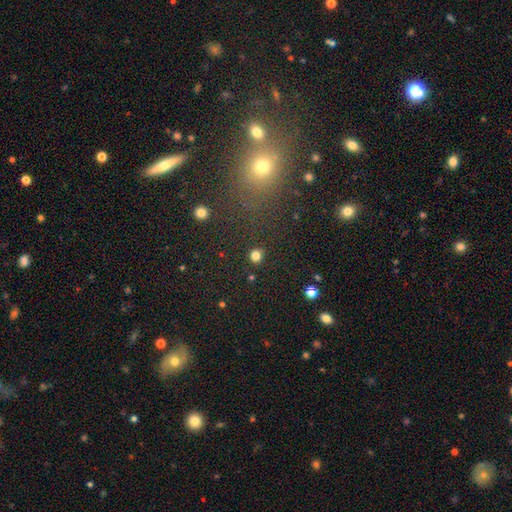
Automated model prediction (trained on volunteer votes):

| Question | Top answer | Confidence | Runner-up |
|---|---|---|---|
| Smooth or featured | smooth | 81% | star or artifact (15%) |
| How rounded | round | 90% | in between (9%) |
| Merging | none | 91% | minor disturbance (6%) |